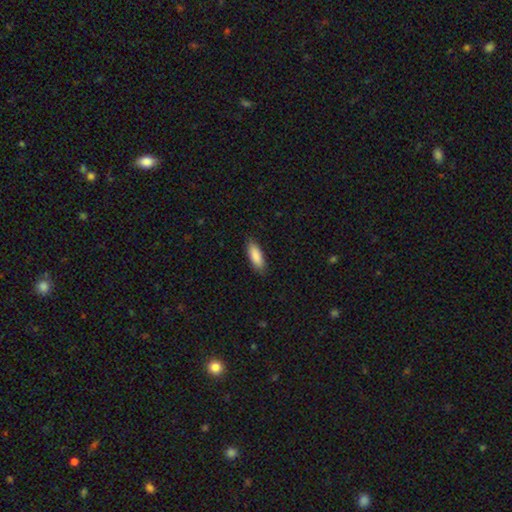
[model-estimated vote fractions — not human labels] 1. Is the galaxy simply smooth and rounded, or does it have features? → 88% smooth, 6% featured or disk, 6% star or artifact.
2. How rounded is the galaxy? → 71% in between, 28% cigar-shaped, 2% round.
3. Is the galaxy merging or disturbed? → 85% none, 12% minor disturbance, 2% major disturbance, 1% merger.